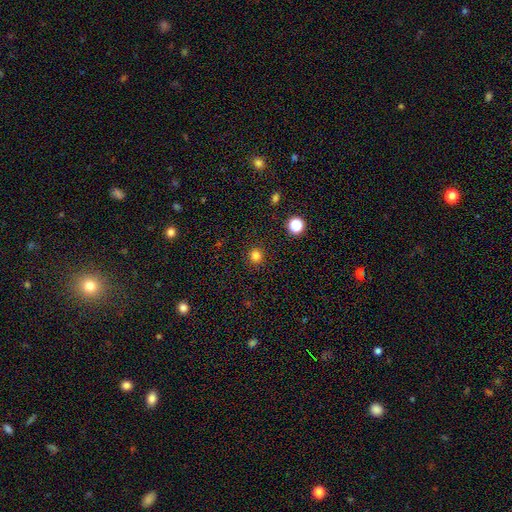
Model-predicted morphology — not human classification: Smooth or featured? smooth (82%)
How rounded? round (92%)
Merging? none (91%)